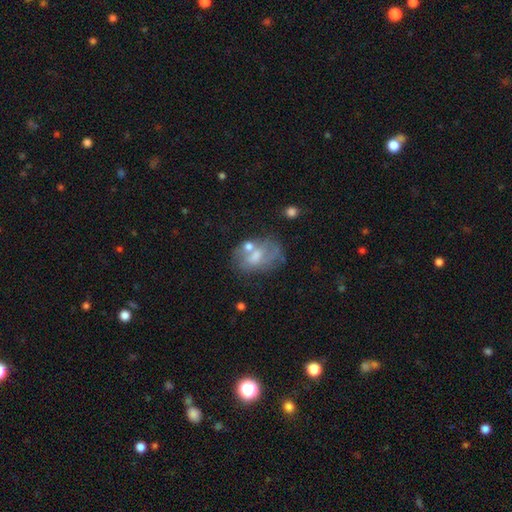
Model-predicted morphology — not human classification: smooth-or-featured: featured or disk: 47% | smooth: 42% | star or artifact: 12%
  merging: none: 42% | minor disturbance: 22% | merger: 21% | major disturbance: 16%